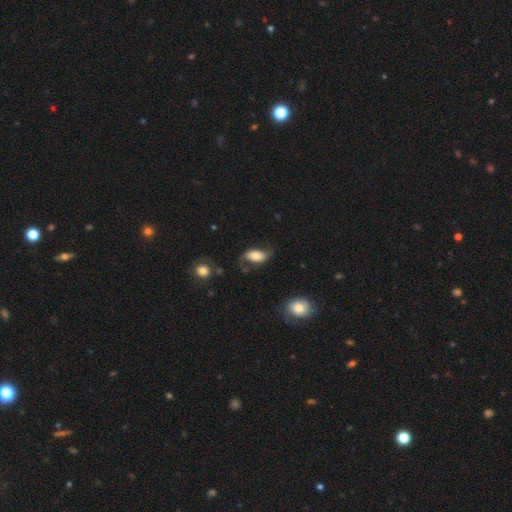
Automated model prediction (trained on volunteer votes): smooth 51%, featured or disk 42%, star or artifact 8%. Down the decision tree: how rounded — in between (89%); merging — none (56%).